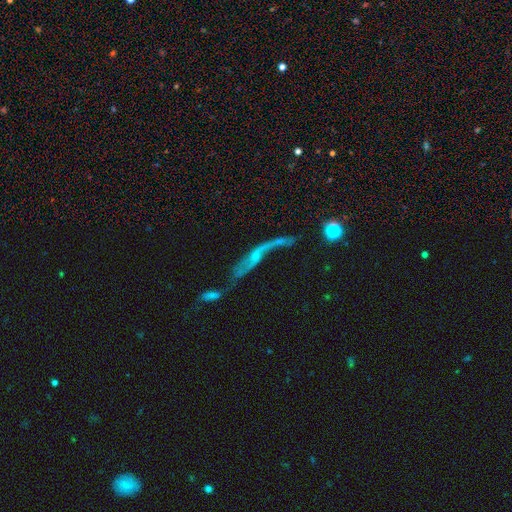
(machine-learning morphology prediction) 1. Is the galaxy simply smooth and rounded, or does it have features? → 70% featured or disk, 17% smooth, 13% star or artifact.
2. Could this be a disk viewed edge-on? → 72% no, 28% yes.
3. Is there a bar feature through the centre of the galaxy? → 64% no, 25% weak, 11% strong.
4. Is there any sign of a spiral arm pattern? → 64% yes, 36% no.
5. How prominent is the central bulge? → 51% small, 31% none, 14% moderate, 2% large, 2% dominant.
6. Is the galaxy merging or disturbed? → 34% merger, 27% major disturbance, 24% none, 15% minor disturbance.